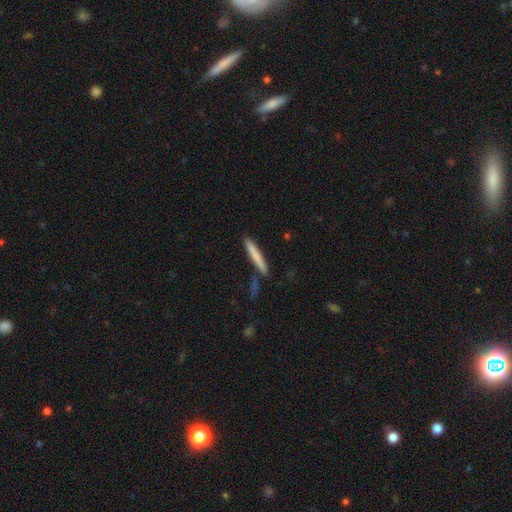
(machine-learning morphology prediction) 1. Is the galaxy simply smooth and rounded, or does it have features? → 73% smooth, 21% featured or disk, 5% star or artifact.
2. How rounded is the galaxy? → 95% cigar-shaped, 3% in between, 1% round.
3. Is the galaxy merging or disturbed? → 84% none, 9% minor disturbance, 5% merger, 2% major disturbance.